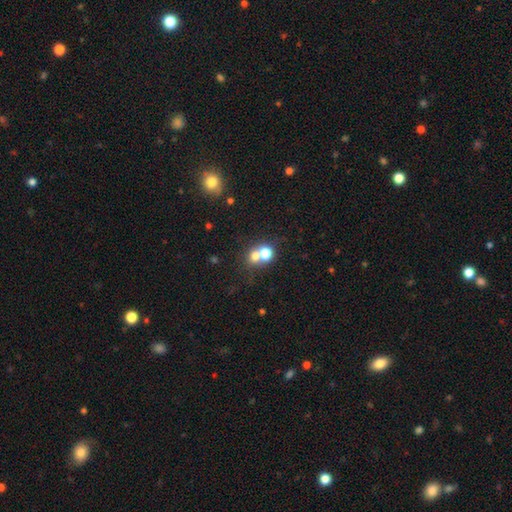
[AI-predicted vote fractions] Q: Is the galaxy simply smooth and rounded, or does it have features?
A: smooth — 68%.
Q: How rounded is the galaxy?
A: round — 76%.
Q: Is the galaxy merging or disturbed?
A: merger — 50%.